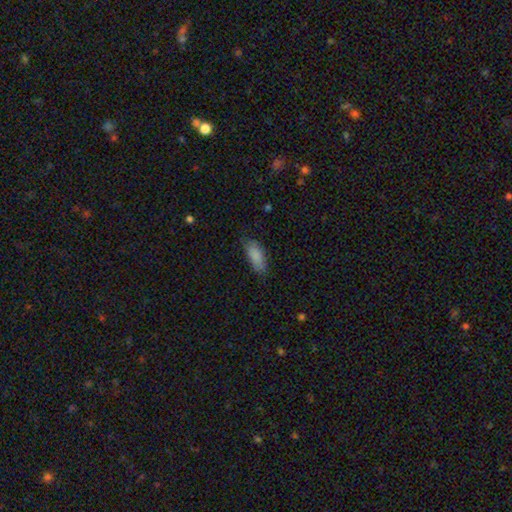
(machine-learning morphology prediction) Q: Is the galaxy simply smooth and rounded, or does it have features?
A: smooth — 85%.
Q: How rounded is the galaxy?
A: in between — 81%.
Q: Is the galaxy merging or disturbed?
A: none — 67%.